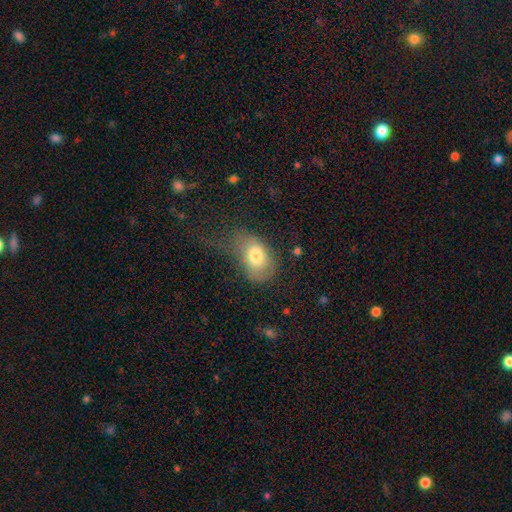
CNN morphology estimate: Q: Smooth or featured?
A: smooth (74%); runner-up: featured or disk (17%)
Q: How rounded?
A: in between (77%); runner-up: round (21%)
Q: Merging?
A: major disturbance (36%); runner-up: none (31%)